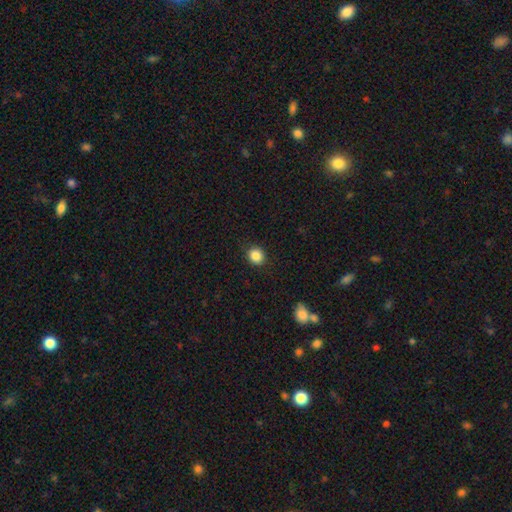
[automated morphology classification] A smooth galaxy with no disk features (86%) that is round (82%). Merging: none (89%).